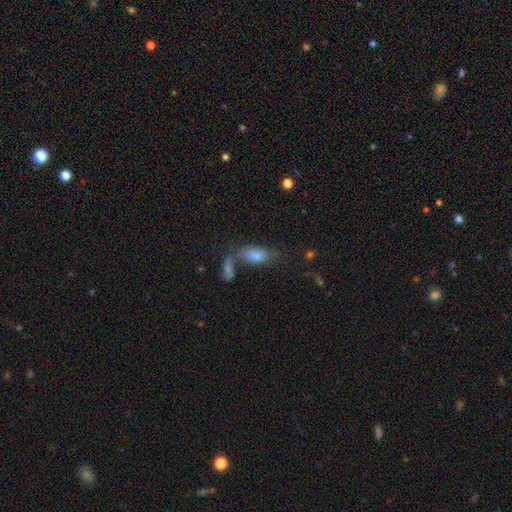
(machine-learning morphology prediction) smooth 75%, featured or disk 15%, star or artifact 10%. Down the decision tree: how rounded — in between (81%); merging — none (52%).